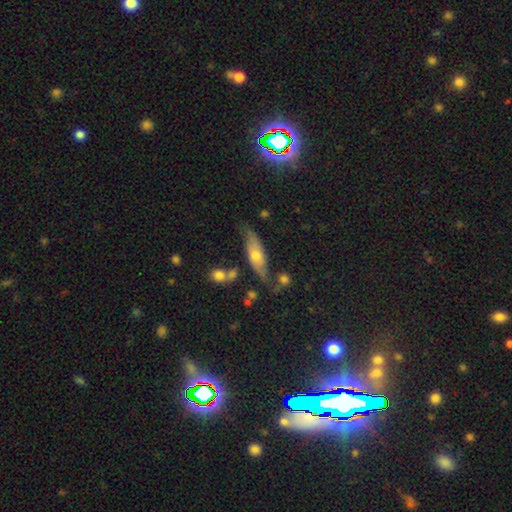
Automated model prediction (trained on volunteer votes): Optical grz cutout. It shows a featured or disk galaxy (49%). Merging: none (54%).